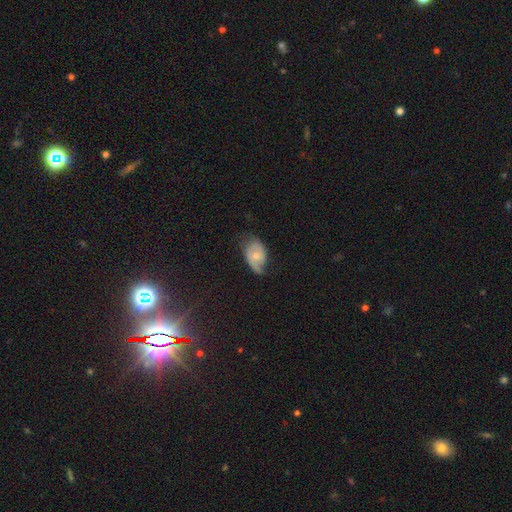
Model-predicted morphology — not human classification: Smooth or featured? featured or disk (59%)
Edge-on disk? no (95%)
Bar? no (75%)
Spiral arms? yes (78%)
Bulge size? small (49%)
Merging? none (46%)